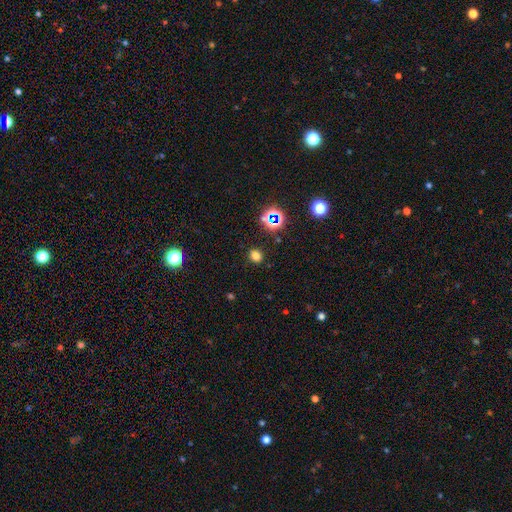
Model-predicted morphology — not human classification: Q: Smooth or featured?
A: smooth (72%); runner-up: star or artifact (23%)
Q: How rounded?
A: round (67%); runner-up: in between (32%)
Q: Merging?
A: none (88%); runner-up: minor disturbance (7%)